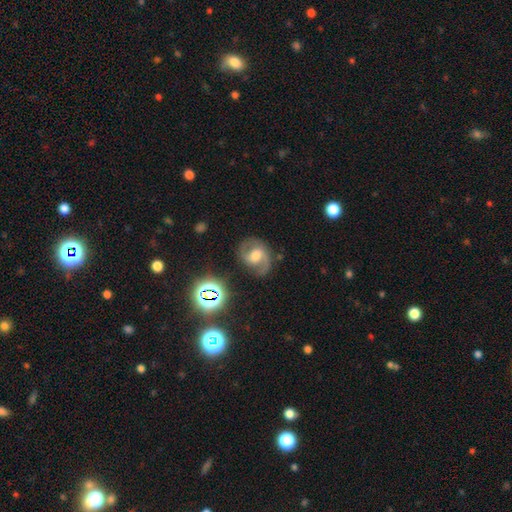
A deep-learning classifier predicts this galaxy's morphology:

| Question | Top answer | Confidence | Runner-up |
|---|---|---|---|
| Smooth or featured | featured or disk | 75% | smooth (15%) |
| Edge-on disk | no | 98% | yes (2%) |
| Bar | weak | 49% | no (35%) |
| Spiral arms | yes | 94% | no (6%) |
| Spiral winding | medium | 56% | loose (23%) |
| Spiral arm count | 2 | 87% | 1 (5%) |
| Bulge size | moderate | 60% | small (19%) |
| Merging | none | 75% | minor disturbance (16%) |